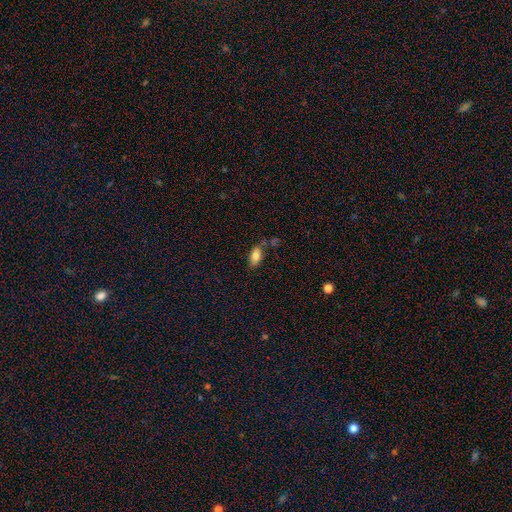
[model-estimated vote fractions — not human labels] Q: Smooth or featured?
A: smooth (80%); runner-up: featured or disk (11%)
Q: How rounded?
A: in between (89%); runner-up: cigar-shaped (7%)
Q: Merging?
A: none (63%); runner-up: minor disturbance (20%)